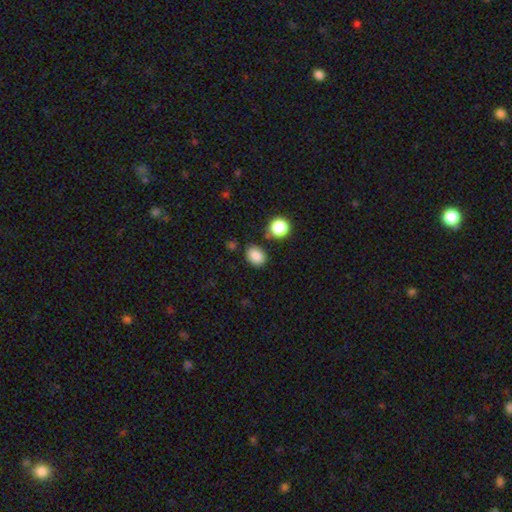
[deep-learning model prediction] Smooth or featured: smooth — 84% (star or artifact — 11%)
How rounded: in between — 56% (round — 43%)
Merging: none — 80% (minor disturbance — 12%)